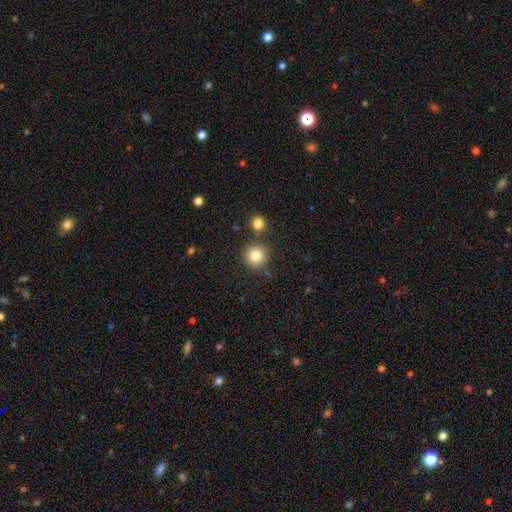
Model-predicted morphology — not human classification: A smooth galaxy with no disk features (83%) that is round (94%). Merging: none (82%).